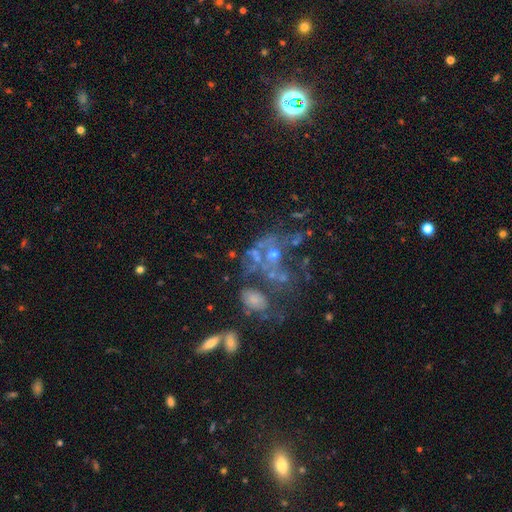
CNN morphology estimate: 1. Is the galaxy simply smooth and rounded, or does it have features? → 54% featured or disk, 23% star or artifact, 23% smooth.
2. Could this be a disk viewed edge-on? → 97% no, 3% yes.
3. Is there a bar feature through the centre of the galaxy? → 90% no, 8% weak, 3% strong.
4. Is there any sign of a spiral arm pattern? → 85% no, 15% yes.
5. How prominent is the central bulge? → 38% none, 29% small, 28% moderate, 4% large, 2% dominant.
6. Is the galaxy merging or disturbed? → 29% major disturbance (tied), 29% merger (tied), 28% none, 14% minor disturbance.